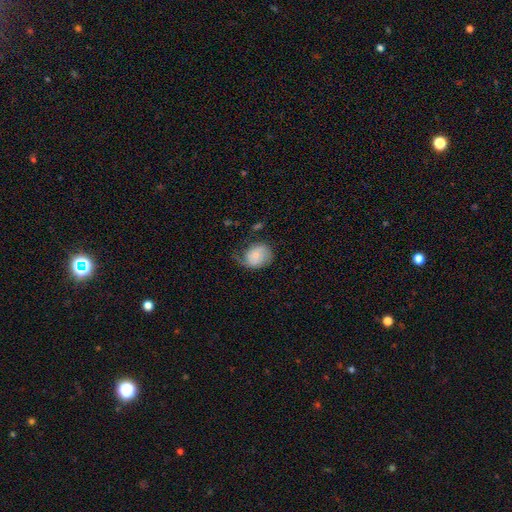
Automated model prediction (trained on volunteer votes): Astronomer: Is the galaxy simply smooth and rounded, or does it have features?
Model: smooth — 58% (runner-up: featured or disk, 34%).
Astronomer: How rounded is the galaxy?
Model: round — 57% (runner-up: in between, 42%).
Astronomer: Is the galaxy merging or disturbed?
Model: none — 41% (runner-up: minor disturbance, 34%).